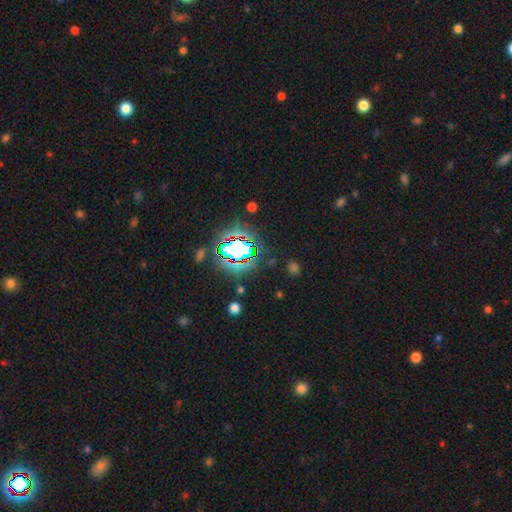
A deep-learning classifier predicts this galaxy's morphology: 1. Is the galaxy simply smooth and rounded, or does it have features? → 82% star or artifact, 11% smooth, 8% featured or disk.